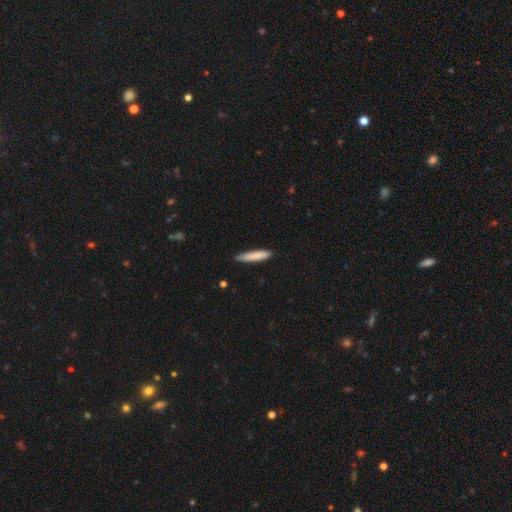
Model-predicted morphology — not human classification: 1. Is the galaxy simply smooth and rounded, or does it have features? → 83% smooth, 12% featured or disk, 6% star or artifact.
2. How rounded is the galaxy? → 90% cigar-shaped, 8% in between, 1% round.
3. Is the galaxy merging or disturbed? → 84% none, 13% minor disturbance, 2% major disturbance, 1% merger.